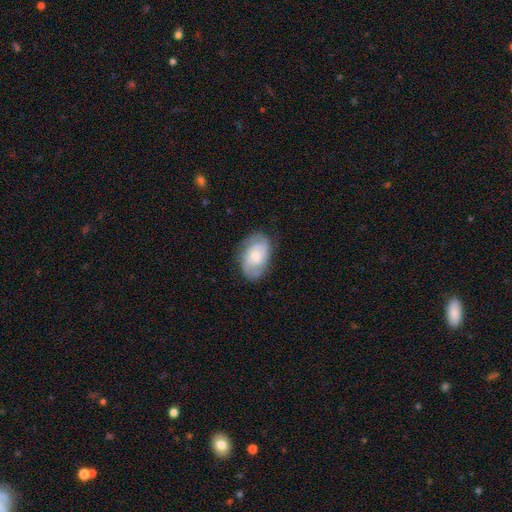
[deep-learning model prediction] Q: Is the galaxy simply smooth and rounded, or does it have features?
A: featured or disk — 65%.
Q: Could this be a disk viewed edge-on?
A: no — 96%.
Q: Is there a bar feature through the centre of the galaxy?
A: no — 66%.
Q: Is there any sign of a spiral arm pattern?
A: yes — 89%.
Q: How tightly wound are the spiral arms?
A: tight — 48%.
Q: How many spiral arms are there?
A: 2 — 61%.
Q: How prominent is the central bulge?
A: moderate — 49%.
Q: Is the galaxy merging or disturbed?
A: none — 75%.